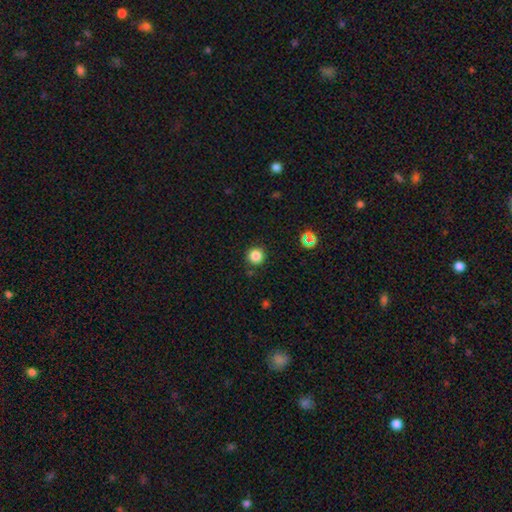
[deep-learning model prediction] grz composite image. It shows a smooth galaxy with no disk features (83%) that is round (95%). Merging: none (90%).